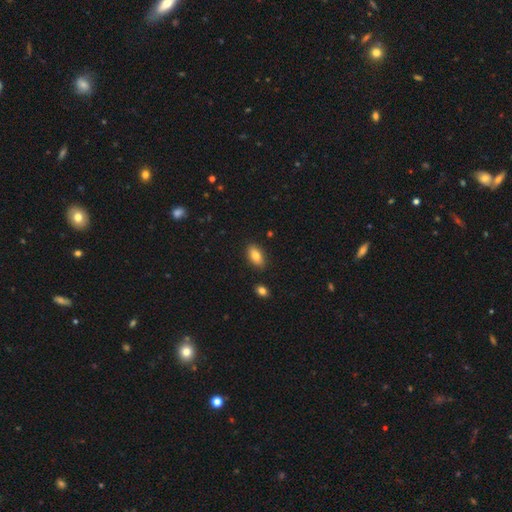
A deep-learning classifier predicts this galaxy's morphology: smooth_or_featured: smooth (p=0.81) [alt: featured or disk p=0.12]
how_rounded: in between (p=0.91) [alt: round p=0.05]
merging: none (p=0.86) [alt: minor disturbance p=0.09]